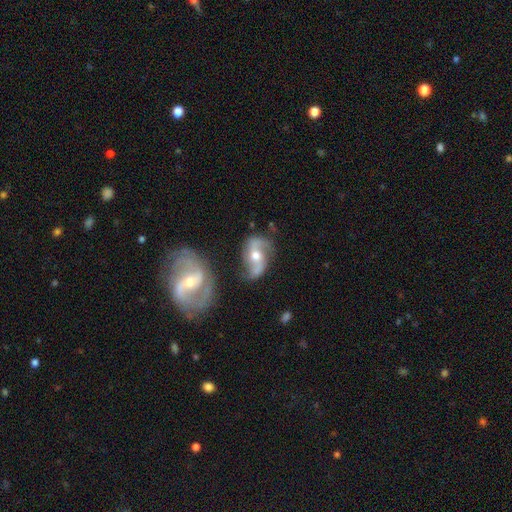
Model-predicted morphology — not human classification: A featured or disk galaxy (84%) with no bar (45%), 2 (90%) loose (55%) spiral arms (94%) and a moderate central bulge (70%).

Vote fractions:
- Smooth or featured? featured or disk: 84% / smooth: 10% / star or artifact: 6%
- Edge-on disk? no: 96% / yes: 4%
- Bar? no: 45% / weak: 35% / strong: 20%
- Spiral arms? yes: 94% / no: 6%
- Spiral winding? loose: 55% / medium: 35% / tight: 10%
- Spiral arm count? 2: 90% / can't tell: 3% / 3: 2% / 1: 2% / 4: 1% / more than 4: 1%
- Bulge size? moderate: 70% / small: 22% / large: 5% / none: 1% / dominant: 1%
- Merging? none: 59% / minor disturbance: 20% / major disturbance: 11% / merger: 10%